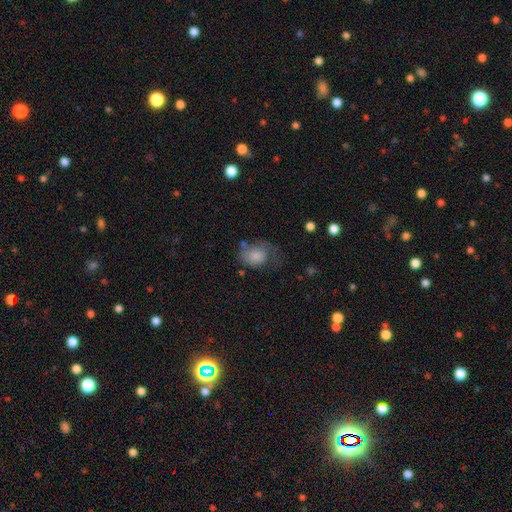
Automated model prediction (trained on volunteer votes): Smooth or featured: smooth — 66% (featured or disk — 26%)
How rounded: in between — 62% (round — 37%)
Merging: major disturbance — 38% (none — 30%)